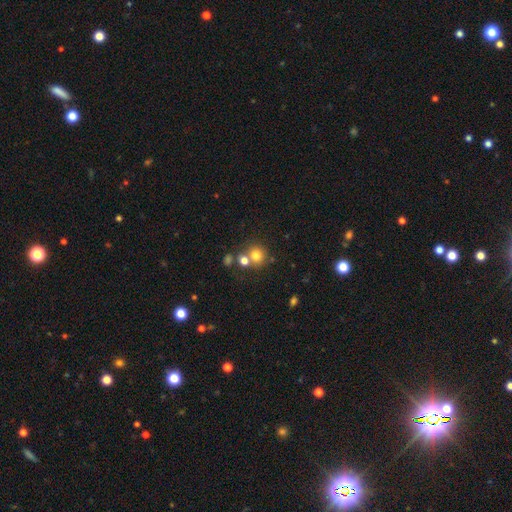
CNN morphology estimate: Smooth or featured?
  - smooth: 76% *
  - star or artifact: 14%
  - featured or disk: 10%
How rounded?
  - round: 87% *
  - in between: 13%
  - cigar-shaped: 1%
Merging?
  - none: 58% *
  - merger: 29%
  - minor disturbance: 9%
  - major disturbance: 4%